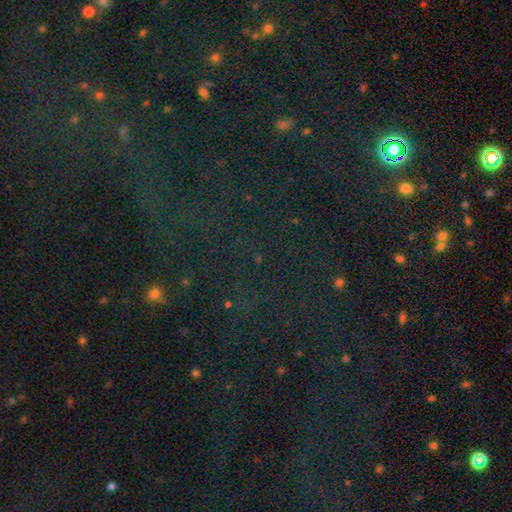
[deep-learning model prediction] Morphology: type=star or artifact (77%).